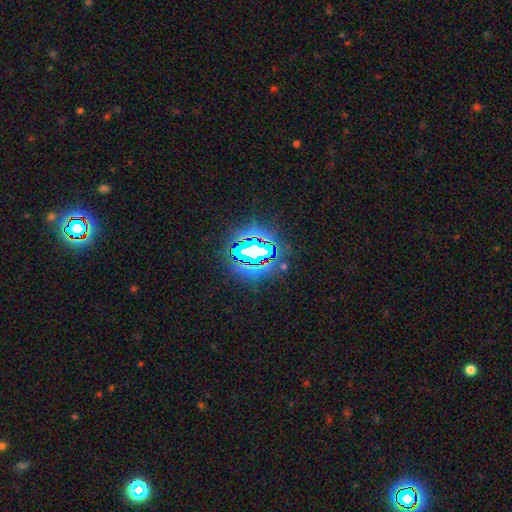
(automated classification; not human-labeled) Smooth or featured?
  - star or artifact: 75% *
  - smooth: 13%
  - featured or disk: 12%